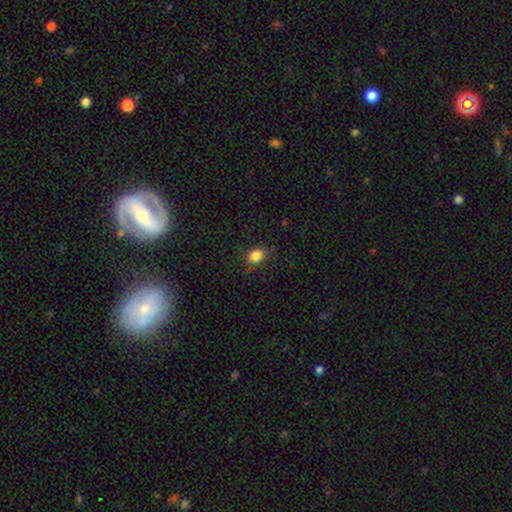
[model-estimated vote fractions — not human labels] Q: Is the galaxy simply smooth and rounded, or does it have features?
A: smooth — 84%.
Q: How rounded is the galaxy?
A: round — 50%.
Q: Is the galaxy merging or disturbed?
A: none — 81%.